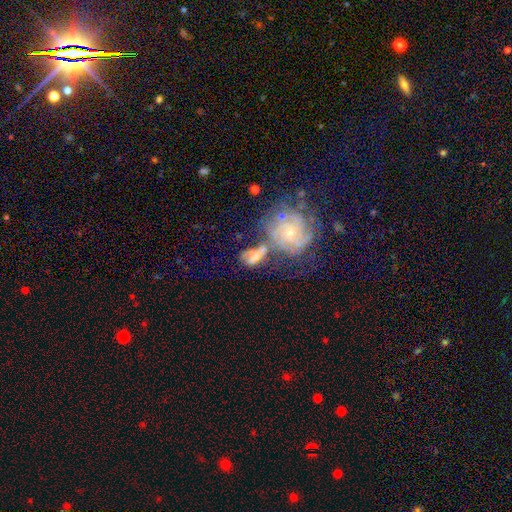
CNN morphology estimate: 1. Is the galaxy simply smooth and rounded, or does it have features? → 74% featured or disk, 17% smooth, 9% star or artifact.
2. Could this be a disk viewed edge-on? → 97% no, 3% yes.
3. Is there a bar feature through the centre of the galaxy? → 69% no, 23% weak, 9% strong.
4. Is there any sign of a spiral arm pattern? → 88% yes, 12% no.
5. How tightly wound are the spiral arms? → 58% tight, 30% medium, 11% loose.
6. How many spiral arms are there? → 33% can't tell, 23% 3, 21% 2, 12% 4, 6% more than 4, 6% 1.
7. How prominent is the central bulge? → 58% small, 31% moderate, 6% none, 3% large, 2% dominant.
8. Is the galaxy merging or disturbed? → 47% merger, 24% none, 15% major disturbance, 14% minor disturbance.